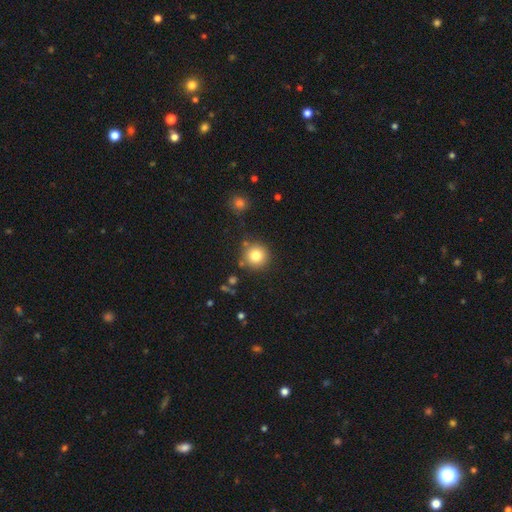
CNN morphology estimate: A smooth galaxy with no disk features (81%) that is round (94%).

Vote fractions:
- Smooth or featured? smooth: 81% / star or artifact: 11% / featured or disk: 8%
- How rounded? round: 94% / in between: 5% / cigar-shaped: 1%
- Merging? none: 84% / minor disturbance: 8% / merger: 5% / major disturbance: 3%